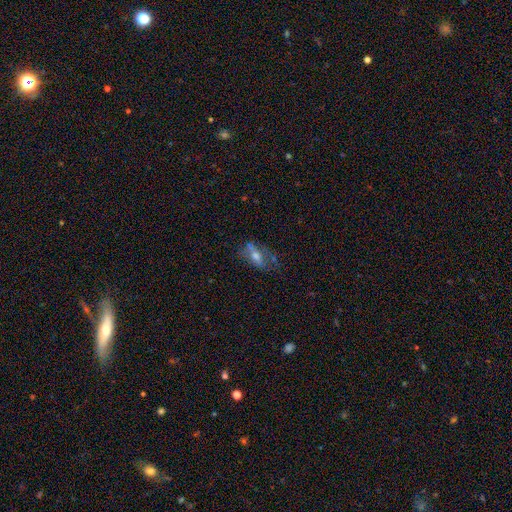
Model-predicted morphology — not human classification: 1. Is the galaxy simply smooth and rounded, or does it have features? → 50% featured or disk, 38% smooth, 11% star or artifact.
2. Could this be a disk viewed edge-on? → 62% no, 38% yes.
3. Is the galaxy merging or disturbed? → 52% none, 24% minor disturbance, 18% major disturbance, 6% merger.